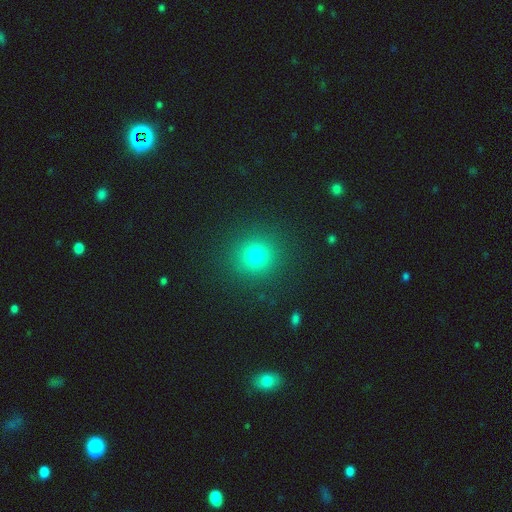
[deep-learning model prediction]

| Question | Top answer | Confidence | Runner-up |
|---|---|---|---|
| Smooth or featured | smooth | 75% | star or artifact (18%) |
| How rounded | round | 92% | in between (7%) |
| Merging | none | 90% | minor disturbance (6%) |